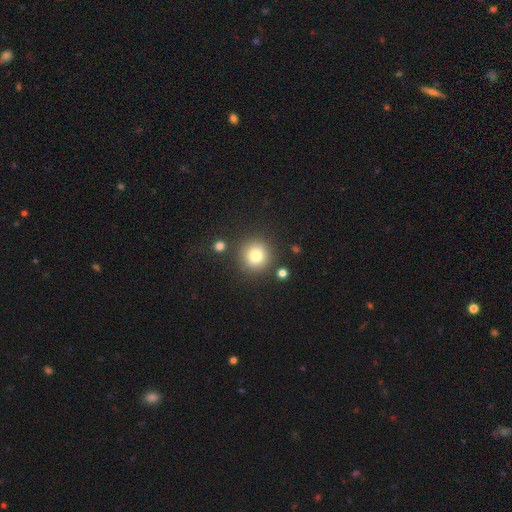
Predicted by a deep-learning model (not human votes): Smooth or featured? Predicted: smooth (p=0.78). How rounded? Predicted: round (p=0.93). Merging? Predicted: none (p=0.85).